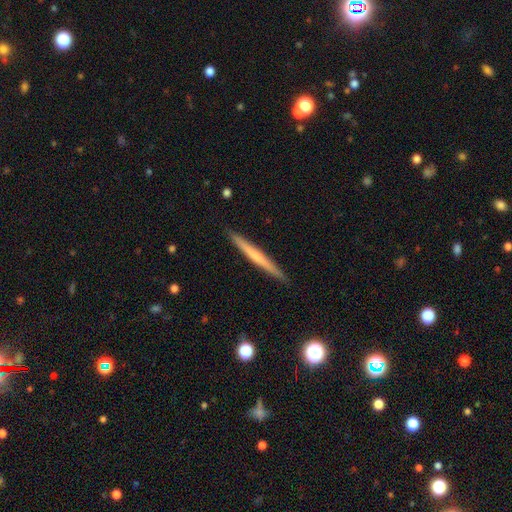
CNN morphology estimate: smooth_or_featured: featured or disk (p=0.50) [alt: smooth p=0.45]
merging: none (p=0.92) [alt: minor disturbance p=0.06]